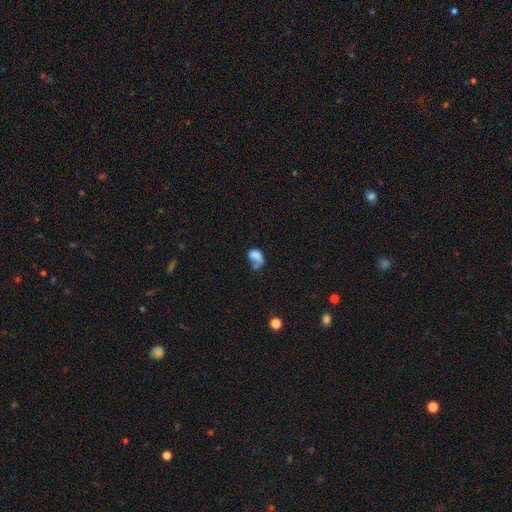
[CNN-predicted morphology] smooth 66%, featured or disk 23%, star or artifact 11%. Down the decision tree: how rounded — in between (77%); merging — major disturbance (36%).